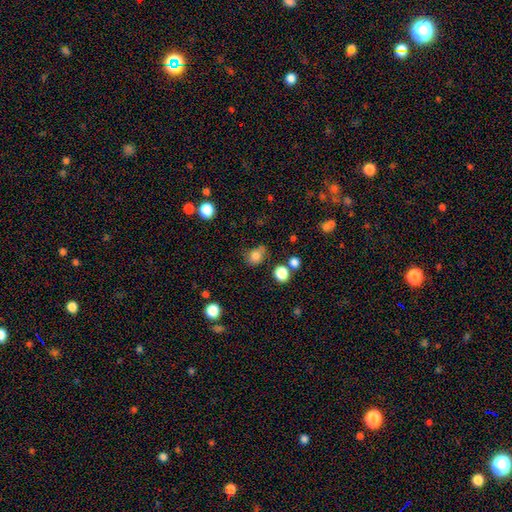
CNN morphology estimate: type=smooth (81%); roundness=round (66%); merging=none (57%).